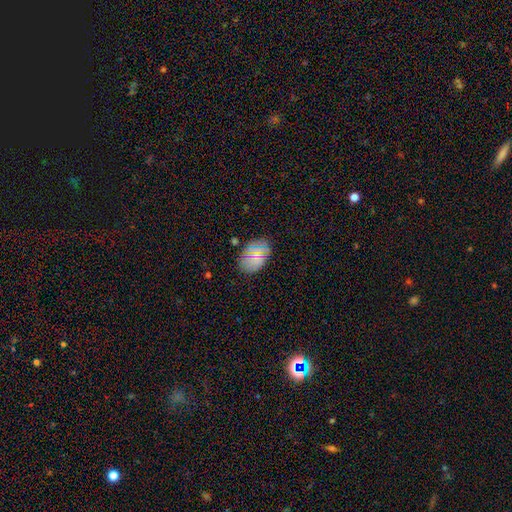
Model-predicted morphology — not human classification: smooth_or_featured: smooth (p=0.73) [alt: star or artifact p=0.15]
how_rounded: in between (p=0.87) [alt: round p=0.12]
merging: none (p=0.82) [alt: minor disturbance p=0.13]